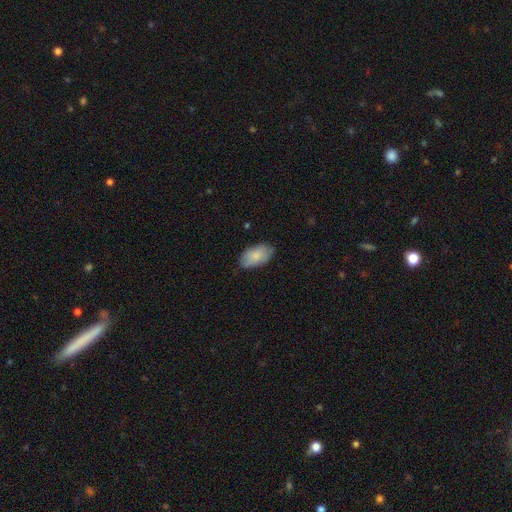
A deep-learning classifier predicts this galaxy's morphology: Q: Smooth or featured?
A: smooth (82%); runner-up: featured or disk (12%)
Q: How rounded?
A: in between (95%); runner-up: round (3%)
Q: Merging?
A: none (76%); runner-up: minor disturbance (20%)